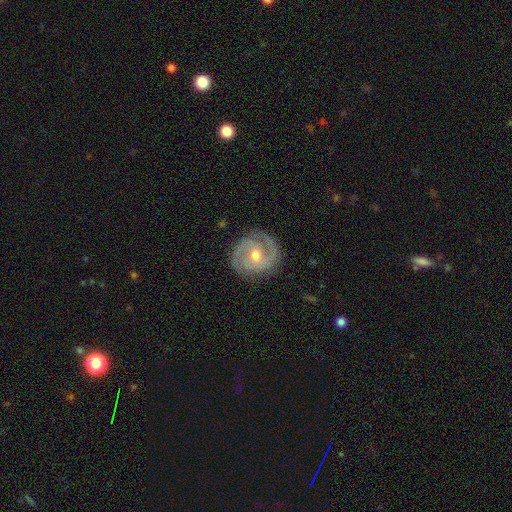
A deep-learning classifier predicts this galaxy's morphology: Smooth or featured? Predicted: featured or disk (p=0.89). Edge-on disk? Predicted: no (p=0.98). Bar? Predicted: no (p=0.45). Spiral arms? Predicted: yes (p=0.97). Spiral winding? Predicted: tight (p=0.50). Spiral arm count? Predicted: 2 (p=0.86). Bulge size? Predicted: moderate (p=0.68). Merging? Predicted: none (p=0.84).